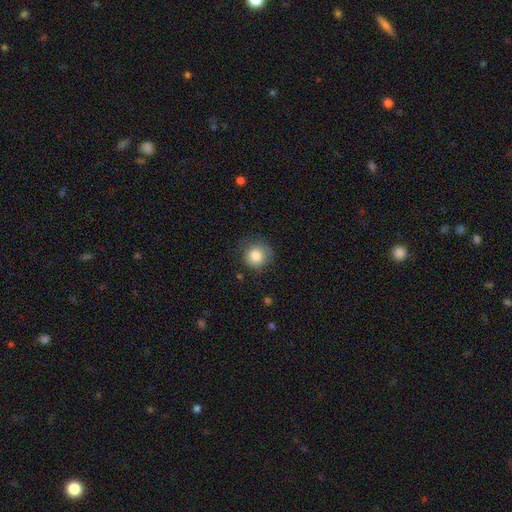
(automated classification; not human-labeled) Smooth or featured?
  - smooth: 83% *
  - star or artifact: 9%
  - featured or disk: 8%
How rounded?
  - round: 89% *
  - in between: 10%
  - cigar-shaped: 1%
Merging?
  - none: 71% *
  - minor disturbance: 20%
  - major disturbance: 7%
  - merger: 1%